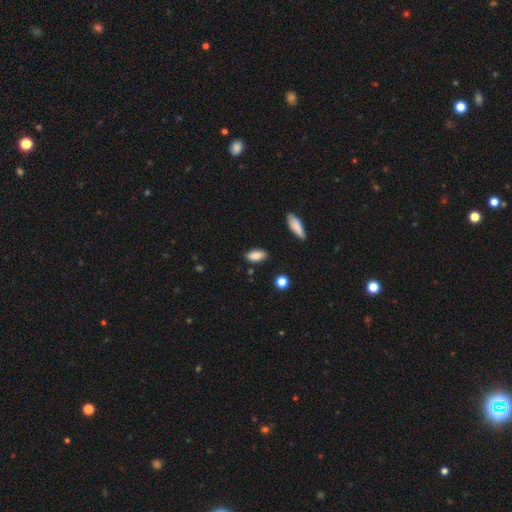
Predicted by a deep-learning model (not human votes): The model was most divided on "merging": none: 85%, minor disturbance: 11%, major disturbance: 2%, merger: 2%. More confident: how rounded — in between (88%); smooth or featured — smooth (85%).